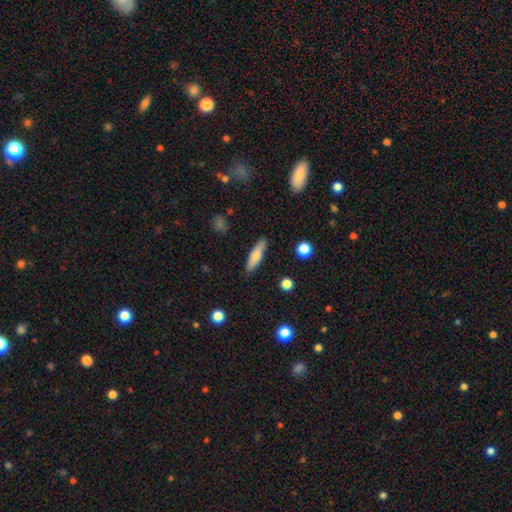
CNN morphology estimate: Smooth or featured? smooth (73%)
How rounded? cigar-shaped (66%)
Merging? none (86%)